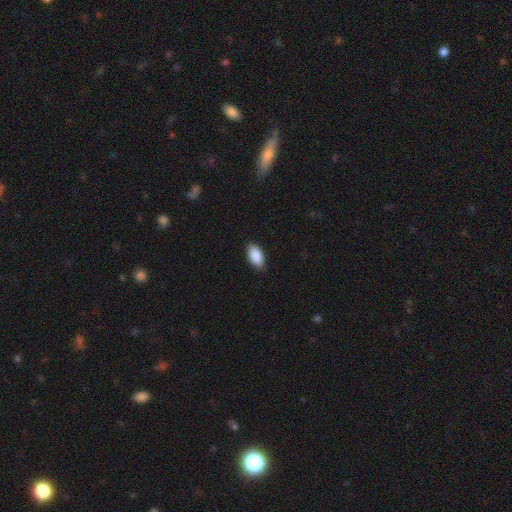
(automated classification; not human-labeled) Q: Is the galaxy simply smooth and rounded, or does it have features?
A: smooth — 90%.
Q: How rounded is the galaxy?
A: in between — 94%.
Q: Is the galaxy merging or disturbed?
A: none — 87%.